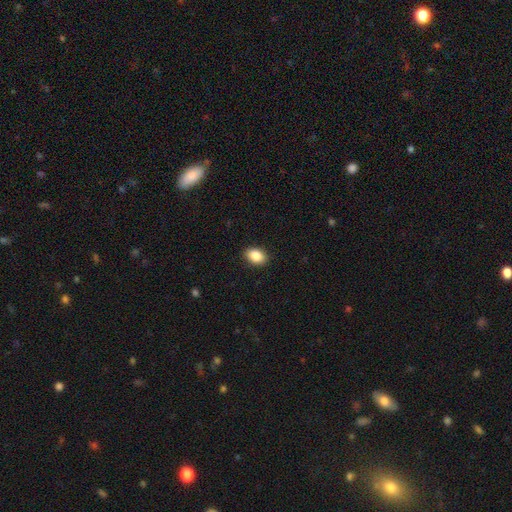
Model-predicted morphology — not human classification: smooth 88%, star or artifact 8%, featured or disk 4%. Down the decision tree: how rounded — in between (81%); merging — none (90%).